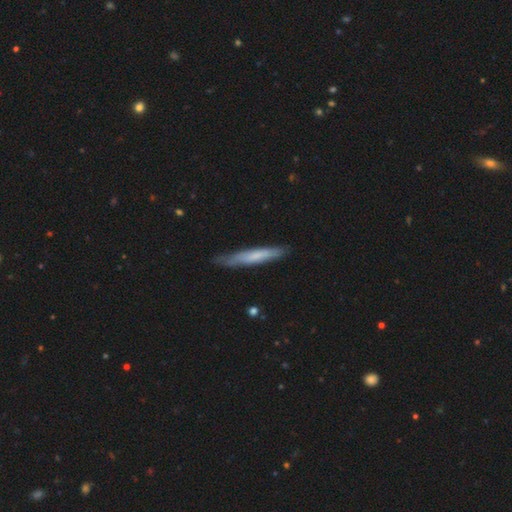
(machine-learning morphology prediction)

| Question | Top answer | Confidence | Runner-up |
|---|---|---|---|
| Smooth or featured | smooth | 60% | featured or disk (35%) |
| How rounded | cigar-shaped | 94% | in between (5%) |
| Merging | none | 79% | minor disturbance (17%) |